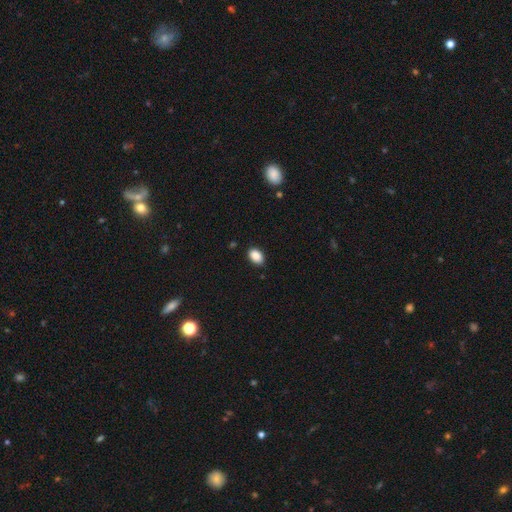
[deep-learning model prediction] This is clearly a smooth galaxy (89%). How rounded: clearly in between (85%). Merging: clearly none (87%).